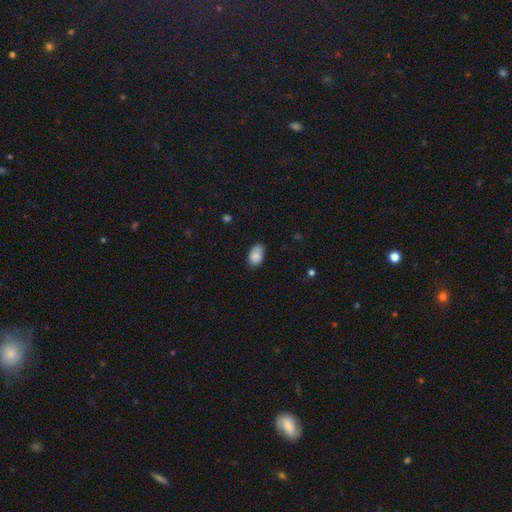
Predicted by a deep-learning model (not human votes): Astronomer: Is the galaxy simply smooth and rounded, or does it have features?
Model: smooth — 84%.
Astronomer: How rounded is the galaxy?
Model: in between — 89%.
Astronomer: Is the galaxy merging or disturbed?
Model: none — 67%.